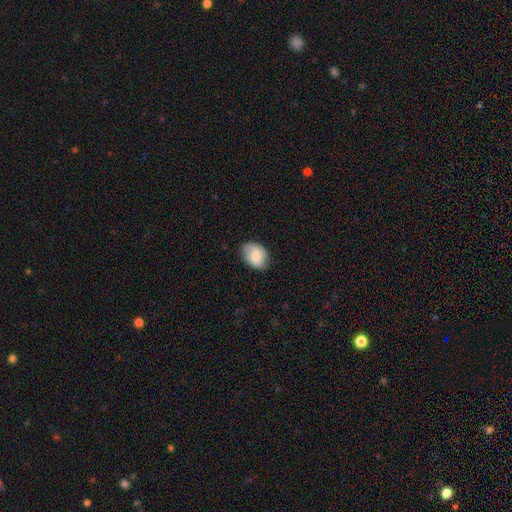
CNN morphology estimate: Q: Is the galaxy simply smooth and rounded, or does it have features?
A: smooth — 69%.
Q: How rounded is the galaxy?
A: in between — 69%.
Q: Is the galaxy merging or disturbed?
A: none — 75%.